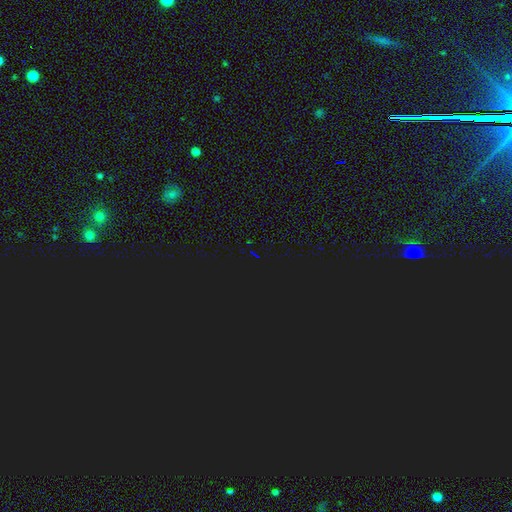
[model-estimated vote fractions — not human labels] smooth_or_featured: star or artifact (p=0.82) [alt: smooth p=0.11]